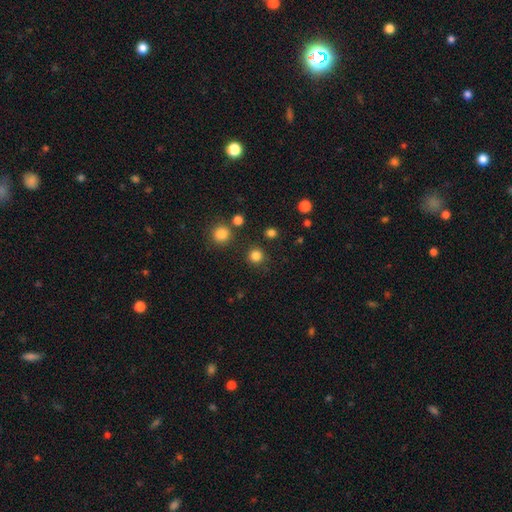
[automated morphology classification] Smooth or featured: smooth — 82% (star or artifact — 14%)
How rounded: round — 94% (in between — 5%)
Merging: none — 89% (minor disturbance — 6%)